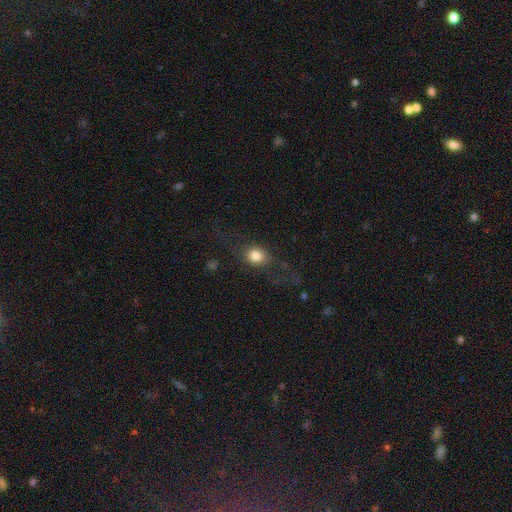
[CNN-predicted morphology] smooth-or-featured: smooth: 72% | featured or disk: 17% | star or artifact: 11%
  how-rounded: round: 65% | in between: 32% | cigar-shaped: 4%
  merging: none: 59% | major disturbance: 23% | minor disturbance: 16% | merger: 2%